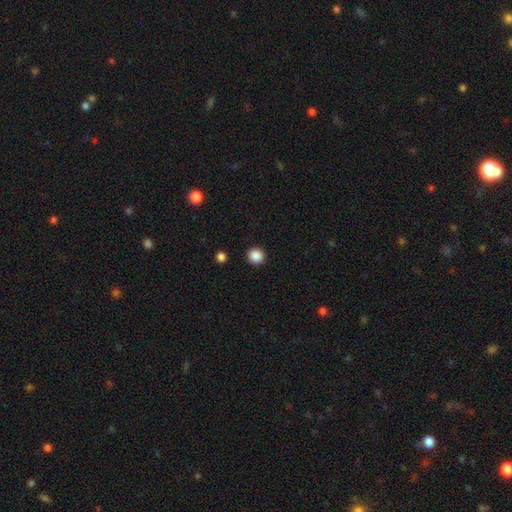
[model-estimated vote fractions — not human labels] Smooth or featured? smooth (88%)
How rounded? round (93%)
Merging? none (92%)